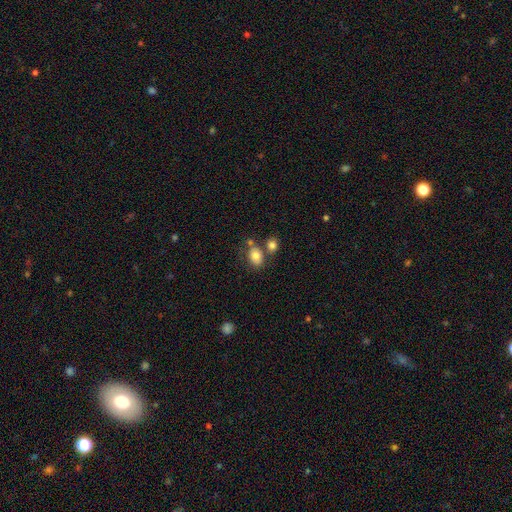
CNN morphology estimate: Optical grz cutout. It shows a smooth galaxy with no disk features (79%) that is in between round and cigar-shaped (67%). Merging: none (58%).